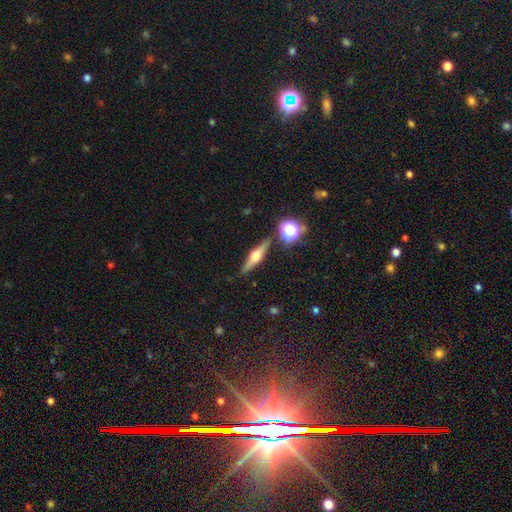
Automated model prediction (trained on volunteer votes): smooth_or_featured: featured or disk (p=0.69) [alt: smooth p=0.22]
disk_edge_on: yes (p=0.96) [alt: no p=0.04]
edge_on_bulge: rounded (p=0.93) [alt: boxy p=0.05]
merging: none (p=0.87) [alt: minor disturbance p=0.08]